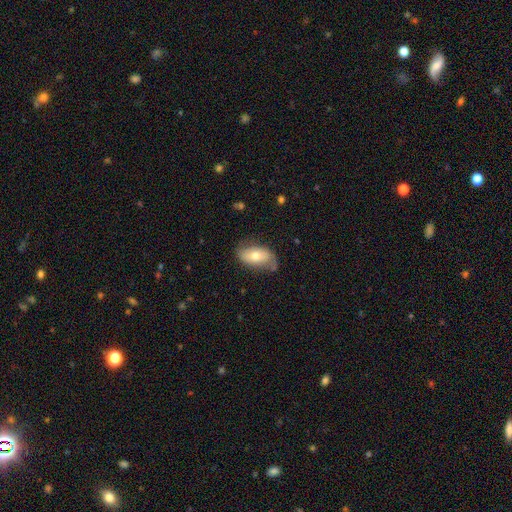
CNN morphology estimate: A smooth galaxy with no disk features (58%) that is in between round and cigar-shaped (92%). Merging: none (63%).